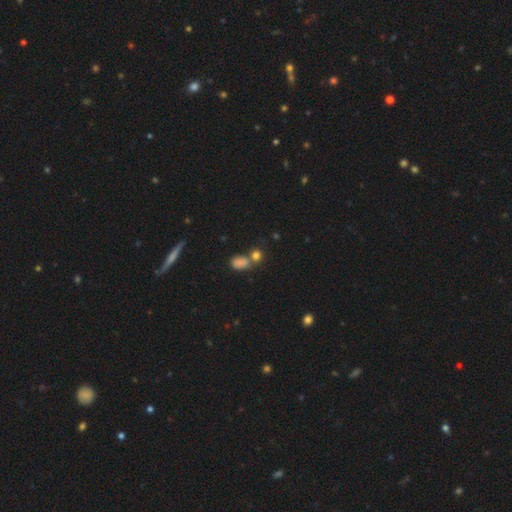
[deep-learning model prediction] Morphology: type=smooth (53%); roundness=round (58%); merging=none (56%).